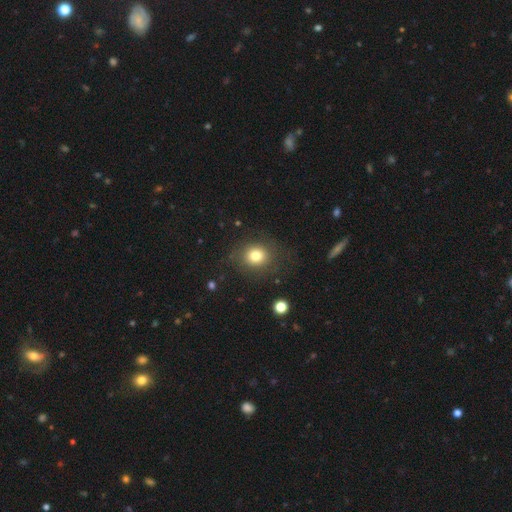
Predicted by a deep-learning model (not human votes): This appears to be a smooth galaxy with no disk features (79%) that is round (77%). Merging: none (82%).